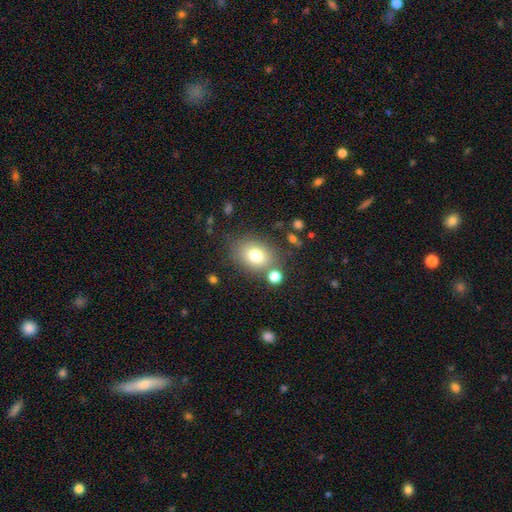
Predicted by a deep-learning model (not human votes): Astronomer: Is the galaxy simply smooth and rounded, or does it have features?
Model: smooth — 76%.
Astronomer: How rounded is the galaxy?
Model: in between — 60% (runner-up: round, 39%).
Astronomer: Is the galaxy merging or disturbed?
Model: none — 72%.